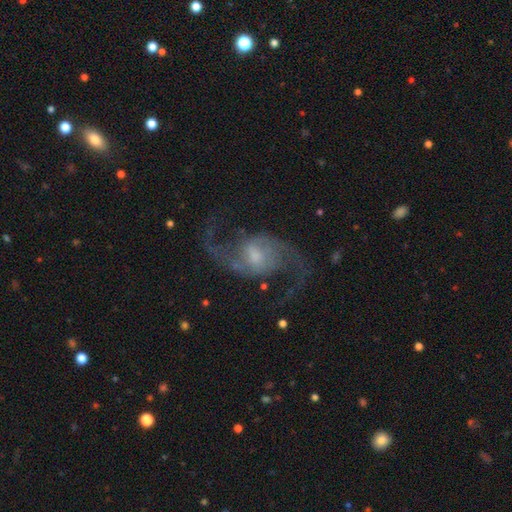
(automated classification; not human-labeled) A featured or disk galaxy (91%) with a weak bar (48%), 2 (94%) loose (61%) spiral arms (98%) and a moderate central bulge (41%).

Vote fractions:
- Smooth or featured? featured or disk: 91% / star or artifact: 5% / smooth: 4%
- Edge-on disk? no: 97% / yes: 3%
- Bar? weak: 48% / no: 40% / strong: 12%
- Spiral arms? yes: 98% / no: 2%
- Spiral winding? loose: 61% / medium: 34% / tight: 6%
- Spiral arm count? 2: 94% / can't tell: 2% / 1: 1% / 3: 1% / 4: 1% / more than 4: 1%
- Bulge size? moderate: 41% / small: 36% / none: 11% / large: 9% / dominant: 2%
- Merging? none: 75% / minor disturbance: 13% / major disturbance: 10% / merger: 2%